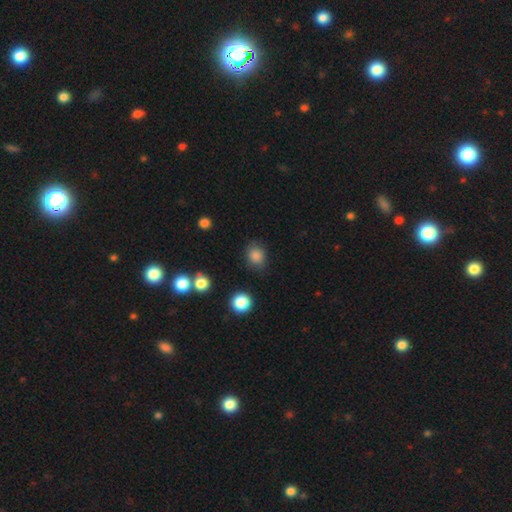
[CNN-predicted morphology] Smooth or featured: smooth — 84% (star or artifact — 11%)
How rounded: round — 56% (in between — 43%)
Merging: none — 77% (minor disturbance — 17%)